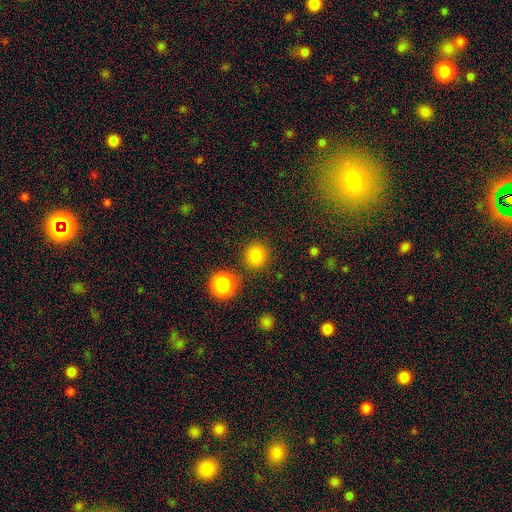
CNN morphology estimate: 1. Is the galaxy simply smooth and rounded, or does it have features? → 81% smooth, 14% star or artifact, 4% featured or disk.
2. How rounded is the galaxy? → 91% round, 8% in between, 1% cigar-shaped.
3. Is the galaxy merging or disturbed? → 85% none, 7% minor disturbance, 5% merger, 3% major disturbance.